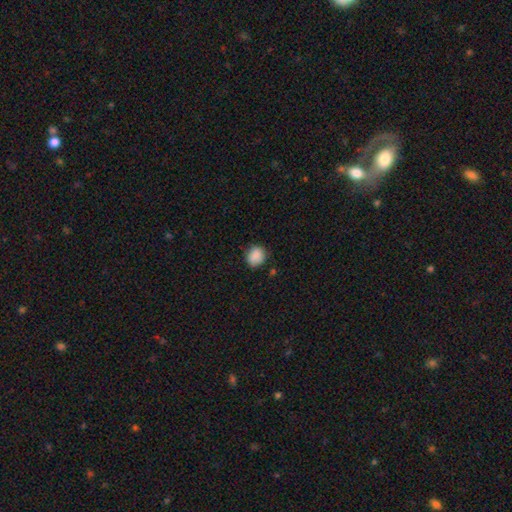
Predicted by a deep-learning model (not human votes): Morphology: type=smooth (87%); roundness=round (73%); merging=none (74%).